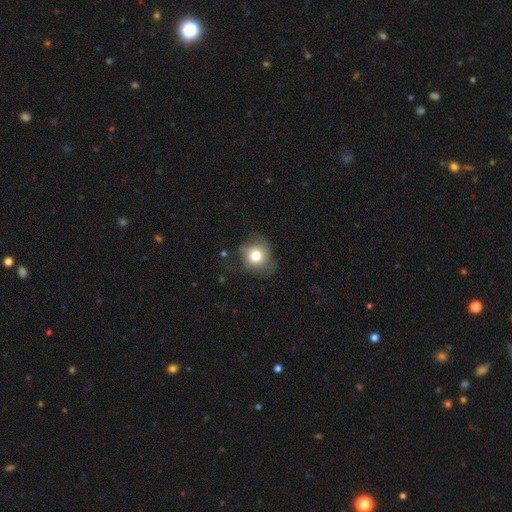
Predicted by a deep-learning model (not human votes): Smooth or featured? Predicted: smooth (p=0.74). How rounded? Predicted: round (p=0.83). Merging? Predicted: none (p=0.63).